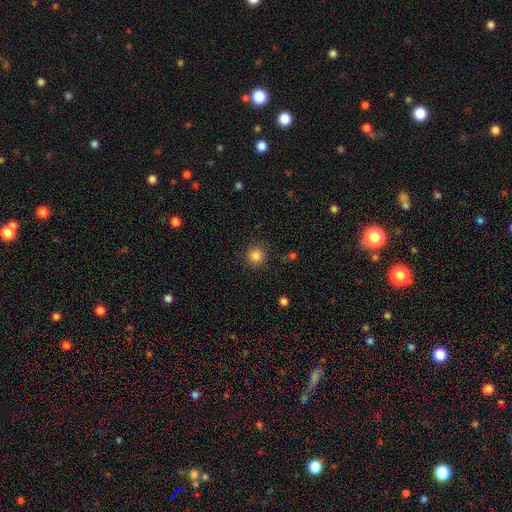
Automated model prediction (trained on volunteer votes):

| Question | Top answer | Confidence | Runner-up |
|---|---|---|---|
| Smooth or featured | smooth | 85% | star or artifact (11%) |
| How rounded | round | 94% | in between (5%) |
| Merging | none | 87% | minor disturbance (8%) |